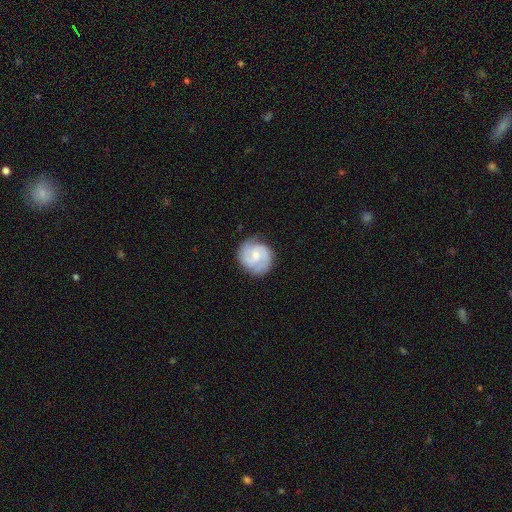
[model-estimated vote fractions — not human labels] A featured or disk galaxy (69%) with no bar (53%), 2 (74%) medium (44%) spiral arms (93%) and a small central bulge (48%). Merging: none (76%).